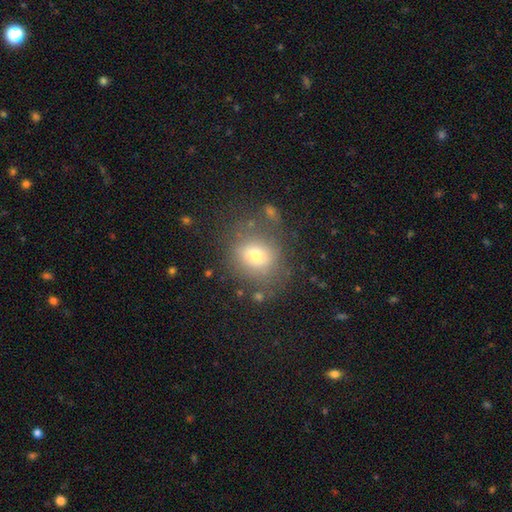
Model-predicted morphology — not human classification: The model was most divided on "how rounded": round: 67%, in between: 32%, cigar-shaped: 1%. More confident: merging — none (71%); smooth or featured — smooth (69%).